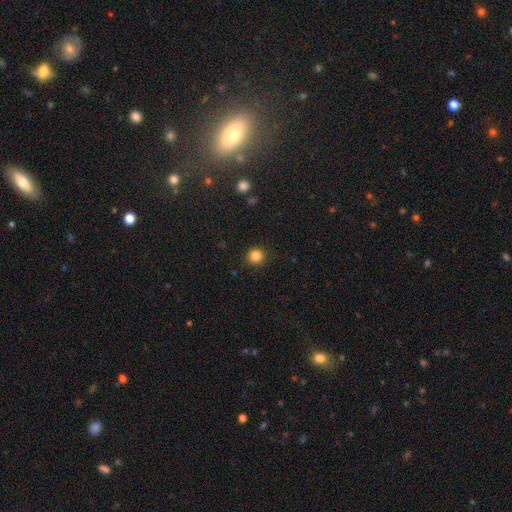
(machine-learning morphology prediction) smooth_or_featured: smooth (p=0.84) [alt: star or artifact p=0.12]
how_rounded: round (p=0.95) [alt: in between p=0.04]
merging: none (p=0.92) [alt: minor disturbance p=0.05]